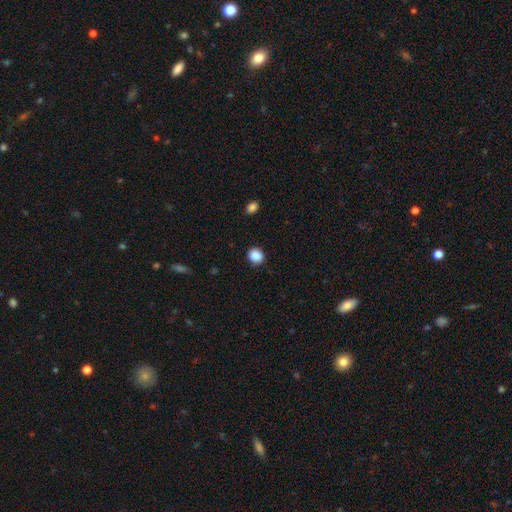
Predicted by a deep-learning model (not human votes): The model was most divided on "how rounded": round: 76%, in between: 23%, cigar-shaped: 1%. More confident: smooth or featured — smooth (87%); merging — none (87%).